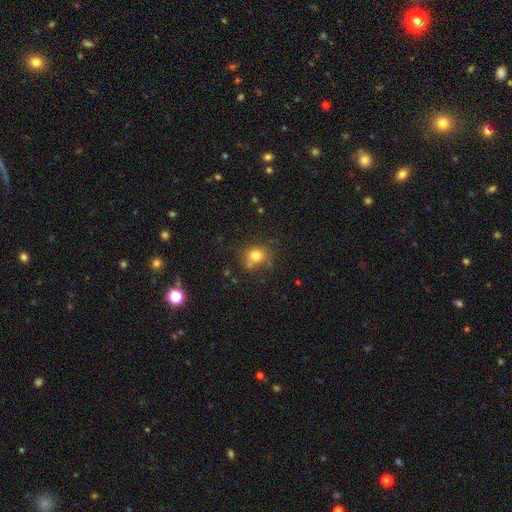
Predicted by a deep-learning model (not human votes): Smooth or featured: smooth — 77% (star or artifact — 14%)
How rounded: round — 72% (in between — 27%)
Merging: none — 65% (minor disturbance — 17%)